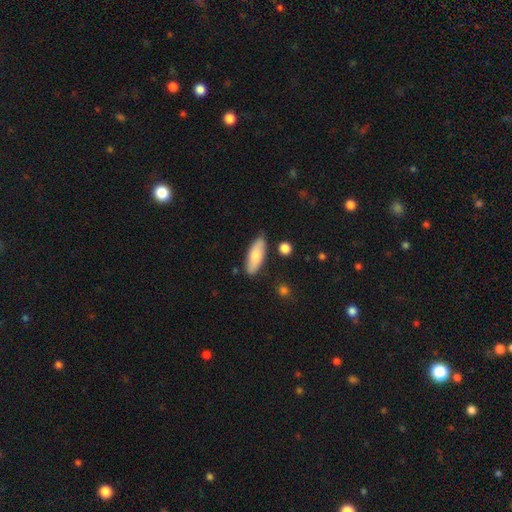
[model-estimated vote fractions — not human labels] Overall: smooth (76%). How rounded: in between (68%; cigar-shaped 30%). Merging: none (80%).